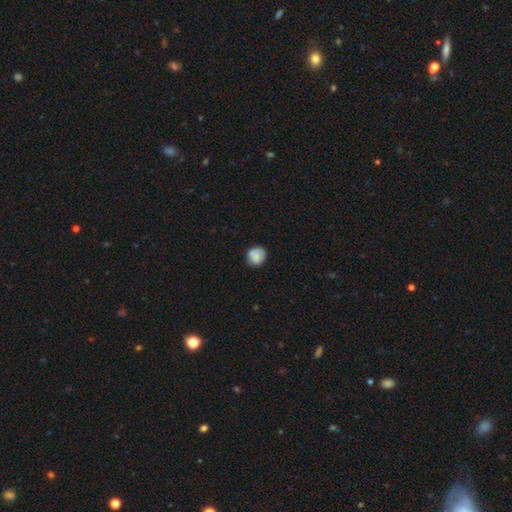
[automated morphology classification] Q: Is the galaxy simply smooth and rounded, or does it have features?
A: smooth — 80%.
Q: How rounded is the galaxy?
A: round — 82%.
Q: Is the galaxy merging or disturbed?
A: none — 71%.